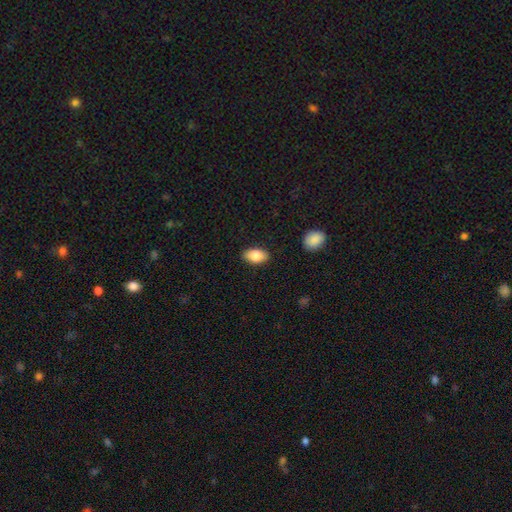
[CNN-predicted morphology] type=smooth (83%); roundness=in between (92%); merging=none (88%).